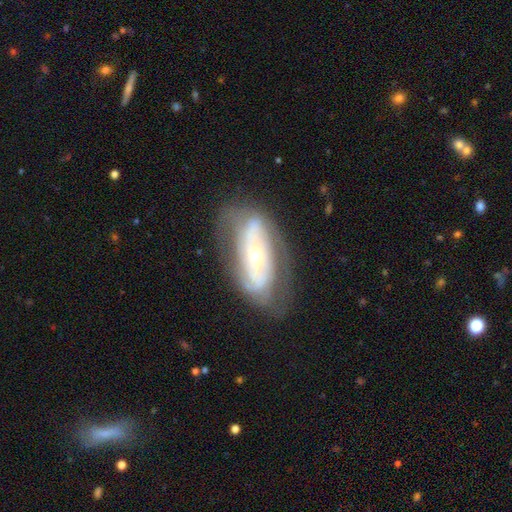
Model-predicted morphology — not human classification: featured or disk 72%, smooth 21%, star or artifact 7%. Down the decision tree: edge-on disk — no (89%); bar — no (69%); spiral arms — yes (65%); bulge size — small (59%); merging — none (64%).